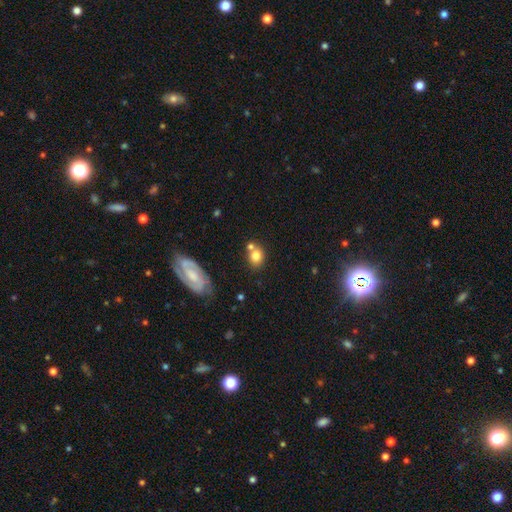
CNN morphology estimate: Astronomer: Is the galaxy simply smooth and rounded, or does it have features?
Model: smooth — 74%.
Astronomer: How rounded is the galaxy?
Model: round — 60% (runner-up: in between, 39%).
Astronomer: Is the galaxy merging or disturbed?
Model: none — 56%.